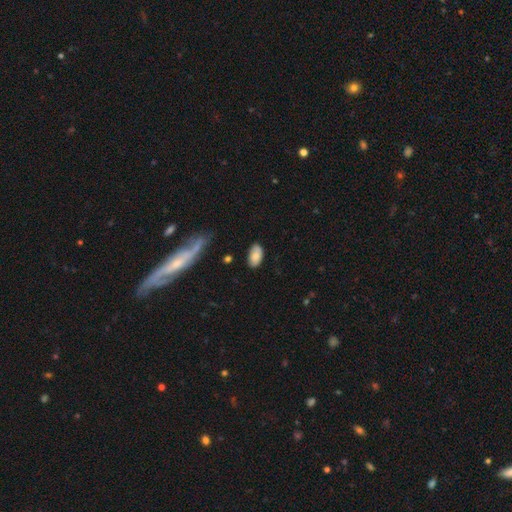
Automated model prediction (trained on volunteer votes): Overall: smooth (80%). How rounded: in between (94%). Merging: none (77%).